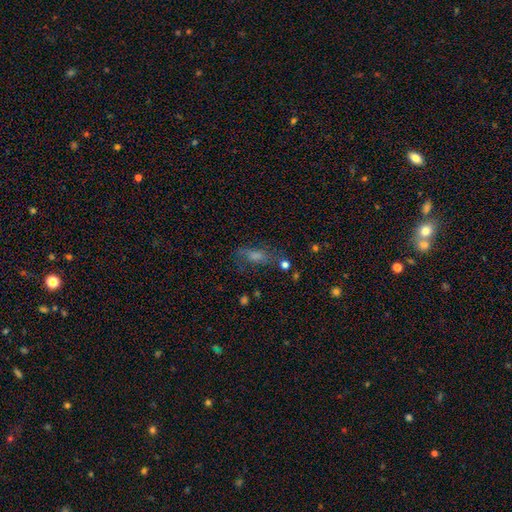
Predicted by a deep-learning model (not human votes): A smooth galaxy with no disk features (49%). Merging: none (54%).